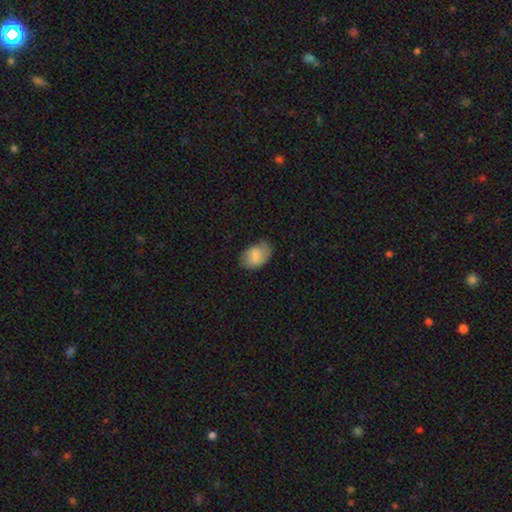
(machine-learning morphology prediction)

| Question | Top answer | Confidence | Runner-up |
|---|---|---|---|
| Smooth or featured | smooth | 75% | featured or disk (18%) |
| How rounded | in between | 86% | round (13%) |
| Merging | none | 63% | minor disturbance (28%) |